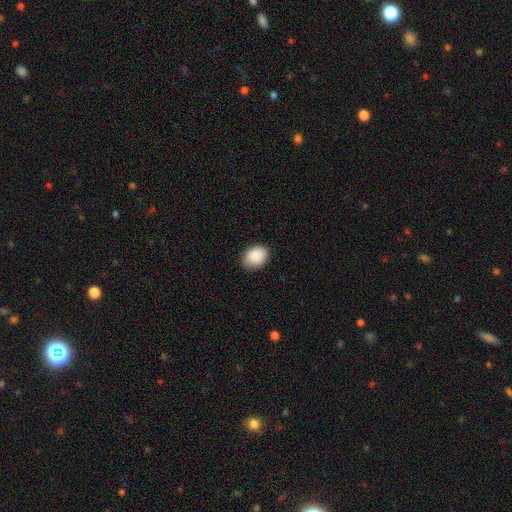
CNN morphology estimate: Smooth or featured? smooth (88%)
How rounded? in between (69%)
Merging? none (85%)